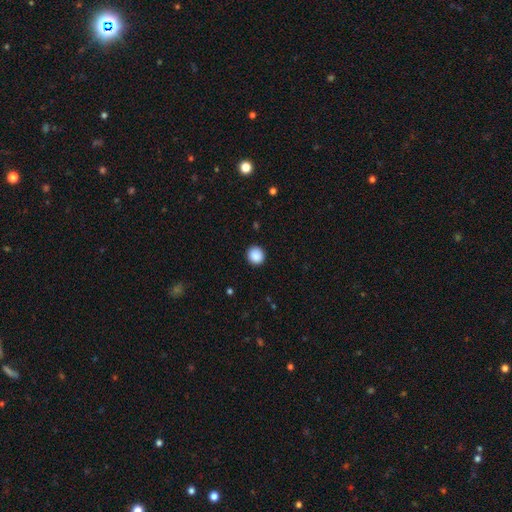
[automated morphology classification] A smooth galaxy with no disk features (89%) that is round (89%). Merging: none (92%).